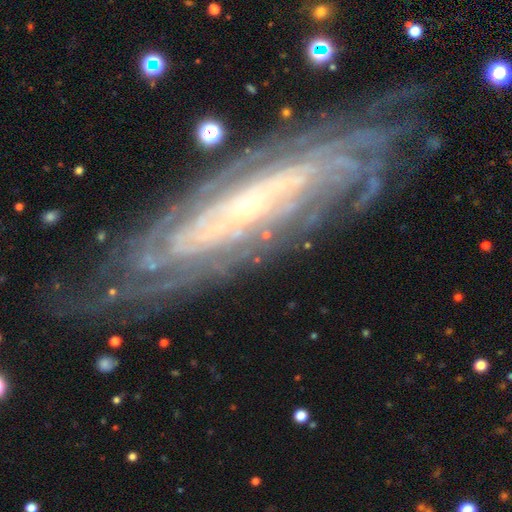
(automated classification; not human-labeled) Smooth or featured? featured or disk (88%)
Edge-on disk? no (81%)
Bar? no (66%)
Spiral arms? yes (97%)
Spiral winding? tight (79%)
Spiral arm count? can't tell (35%)
Bulge size? small (85%)
Merging? none (75%)